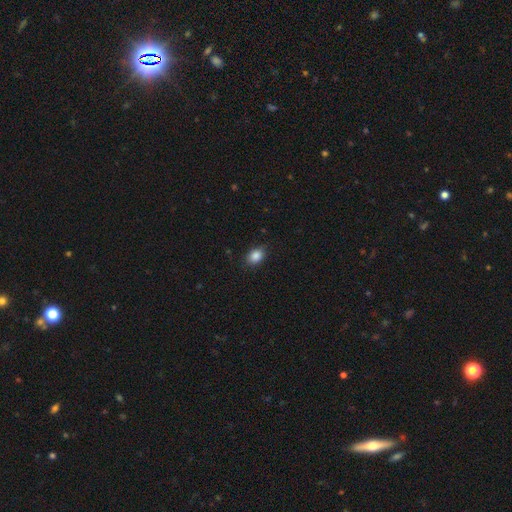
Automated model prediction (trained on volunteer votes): Smooth or featured? Predicted: smooth (p=0.86). How rounded? Predicted: in between (p=0.72). Merging? Predicted: none (p=0.83).